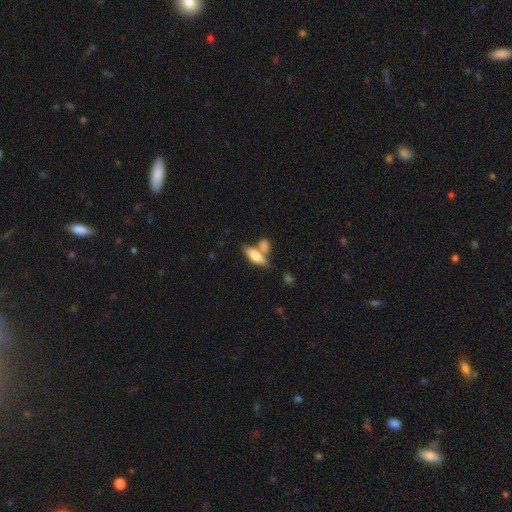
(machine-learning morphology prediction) This is likely a smooth galaxy (68%). How rounded: likely in between (66%). Merging: possibly none (48%).